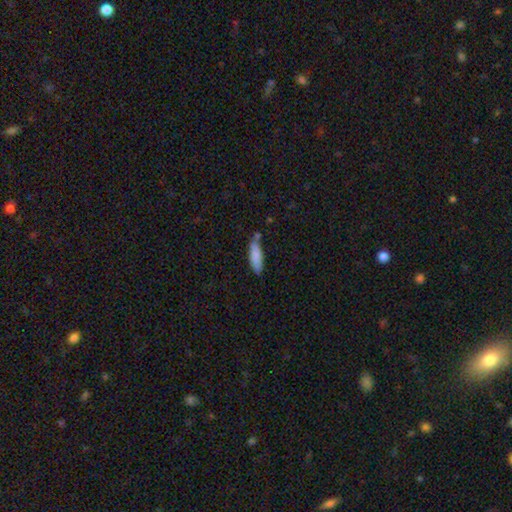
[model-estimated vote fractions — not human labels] Overall: smooth (83%). How rounded: cigar-shaped (53%; in between 45%). Merging: none (67%).